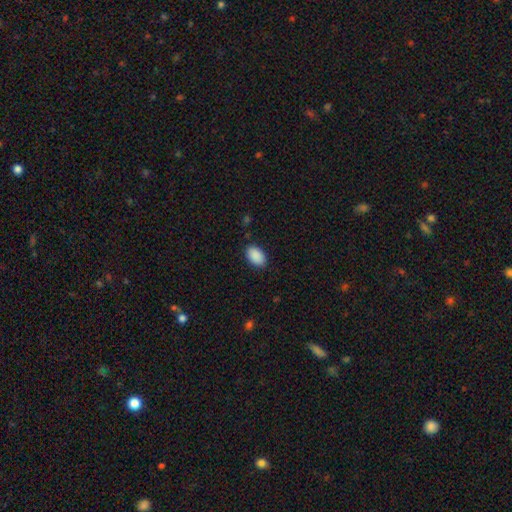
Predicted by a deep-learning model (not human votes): This is clearly a smooth galaxy (91%). How rounded: clearly in between (91%). Merging: clearly none (87%).